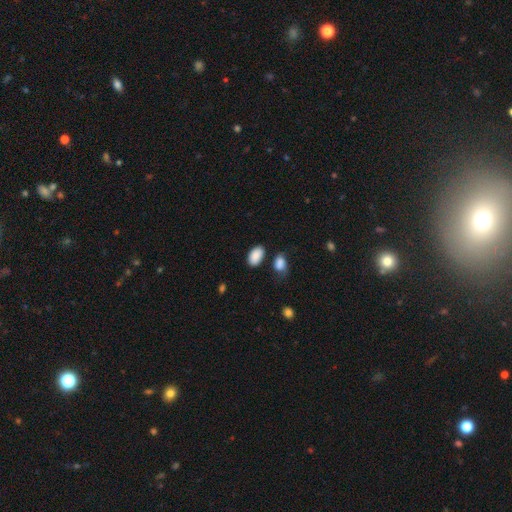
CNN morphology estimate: Overall: smooth (89%). How rounded: in between (93%). Merging: none (77%).